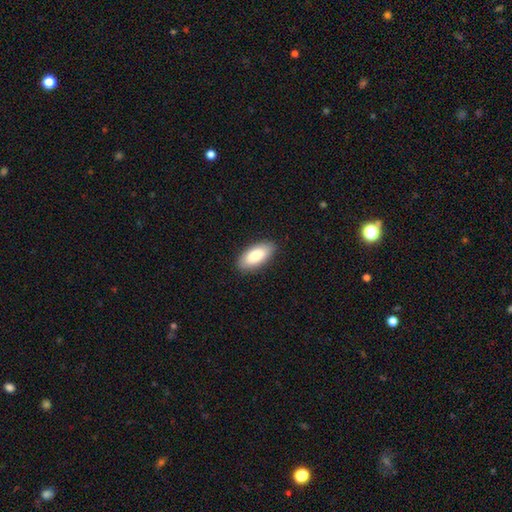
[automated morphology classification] A smooth galaxy with no disk features (83%) that is in between round and cigar-shaped (89%). Merging: none (88%).